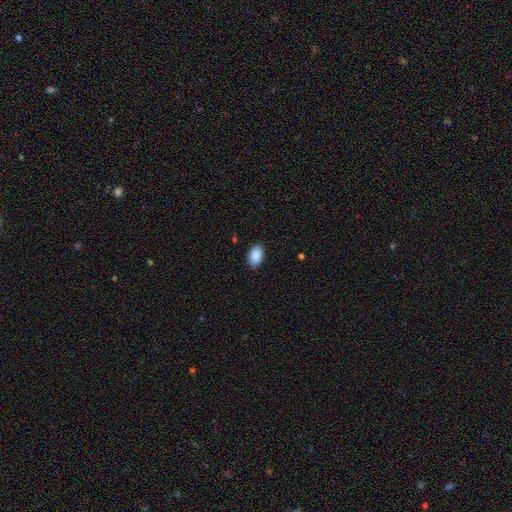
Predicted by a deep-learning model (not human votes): smooth_or_featured: smooth (p=0.90) [alt: star or artifact p=0.07]
how_rounded: in between (p=0.92) [alt: round p=0.06]
merging: none (p=0.87) [alt: minor disturbance p=0.10]